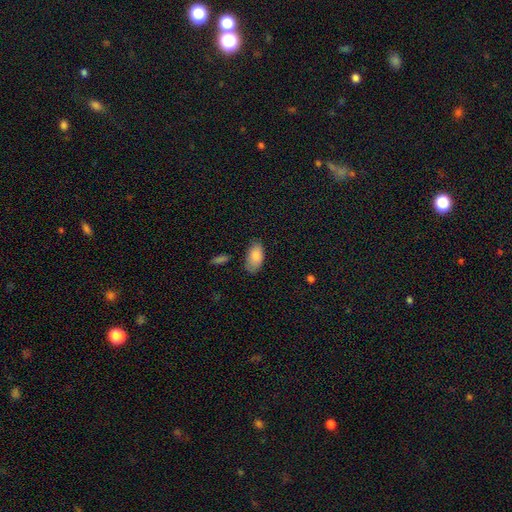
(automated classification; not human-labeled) smooth_or_featured: smooth (p=0.83) [alt: featured or disk p=0.10]
how_rounded: in between (p=0.94) [alt: round p=0.03]
merging: none (p=0.71) [alt: minor disturbance p=0.22]